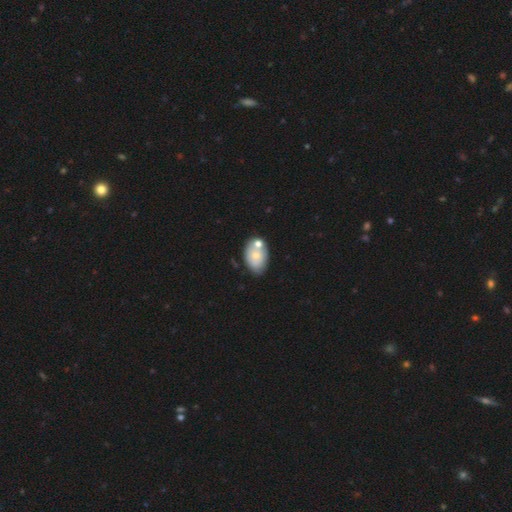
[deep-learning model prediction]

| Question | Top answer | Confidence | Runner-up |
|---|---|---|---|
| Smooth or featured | smooth | 65% | featured or disk (28%) |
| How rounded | in between | 88% | round (11%) |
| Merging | none | 56% | merger (22%) |